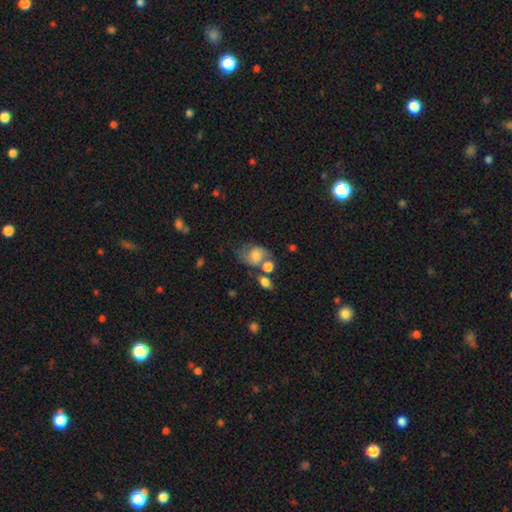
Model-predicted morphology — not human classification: type=smooth (52%); roundness=in between (59%); merging=none (39%).